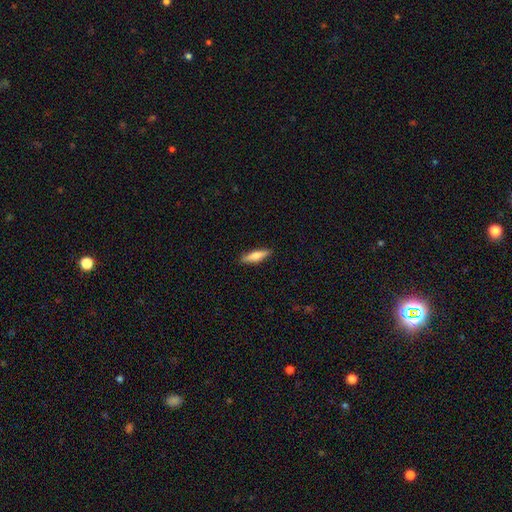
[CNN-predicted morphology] The model was most divided on "smooth or featured": smooth: 67%, featured or disk: 28%, star or artifact: 6%. More confident: merging — none (90%); how rounded — cigar-shaped (71%).